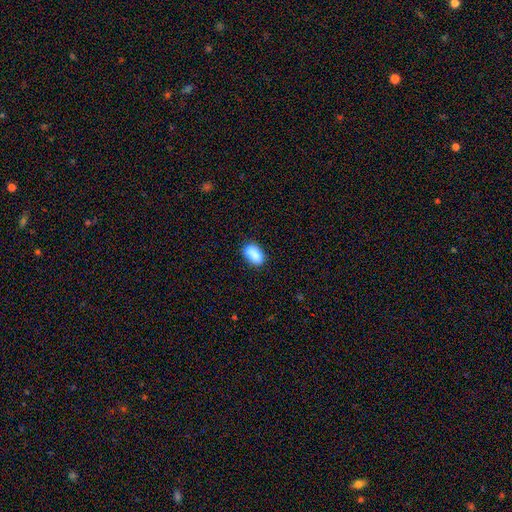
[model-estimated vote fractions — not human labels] Q: Smooth or featured?
A: smooth (75%); runner-up: featured or disk (16%)
Q: How rounded?
A: in between (80%); runner-up: round (12%)
Q: Merging?
A: none (44%); runner-up: merger (36%)